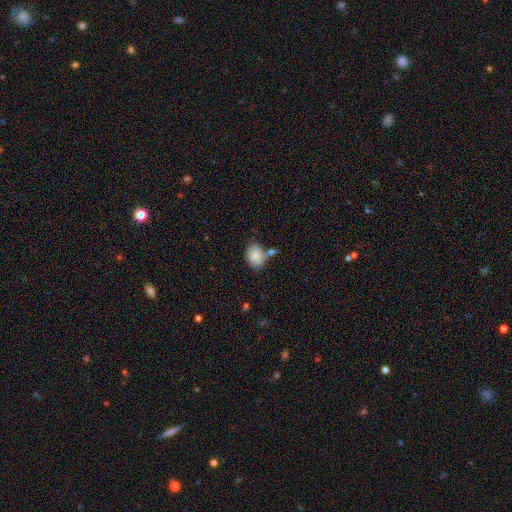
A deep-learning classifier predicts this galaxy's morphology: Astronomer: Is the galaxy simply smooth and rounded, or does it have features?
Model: smooth — 86%.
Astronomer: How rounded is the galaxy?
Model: in between — 69%.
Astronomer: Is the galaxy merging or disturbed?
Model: none — 55%.